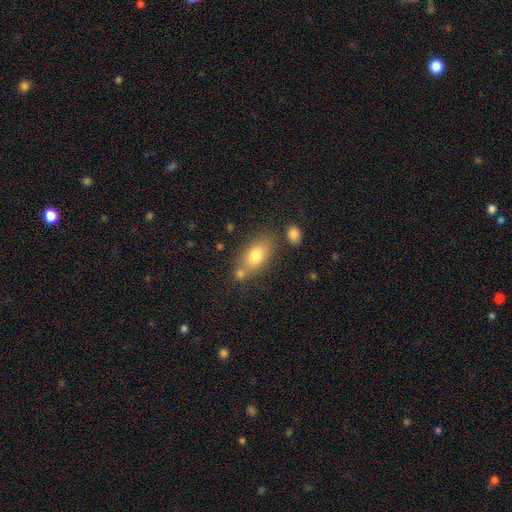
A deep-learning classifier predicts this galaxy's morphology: The model was most divided on "merging": none: 61%, merger: 20%, minor disturbance: 15%, major disturbance: 5%. More confident: how rounded — in between (85%); smooth or featured — smooth (76%).